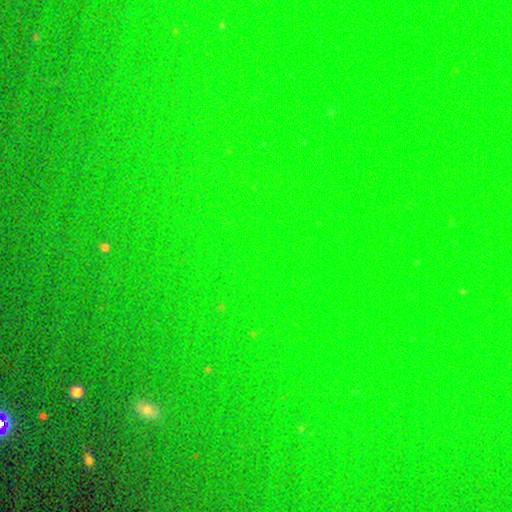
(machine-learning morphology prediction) This appears to be a star or artifact, not a galaxy (78%).